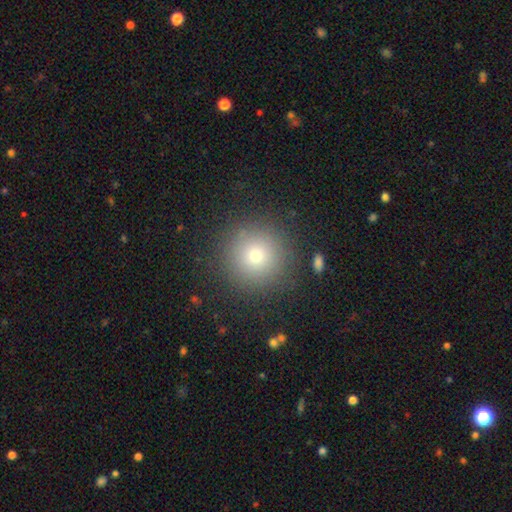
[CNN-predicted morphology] Smooth or featured? smooth (74%)
How rounded? round (95%)
Merging? none (87%)